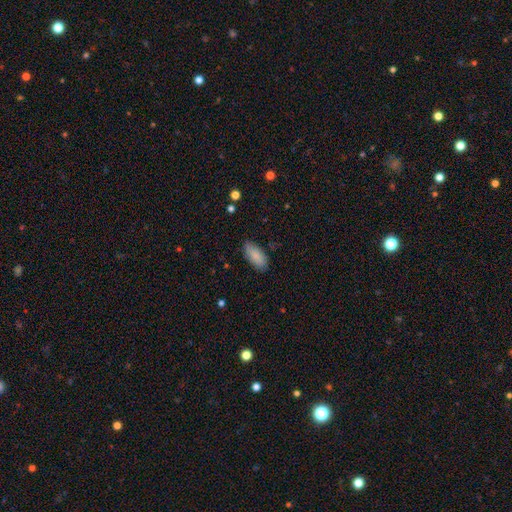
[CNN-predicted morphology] This is clearly a smooth galaxy (86%). How rounded: clearly in between (87%). Merging: clearly none (81%).